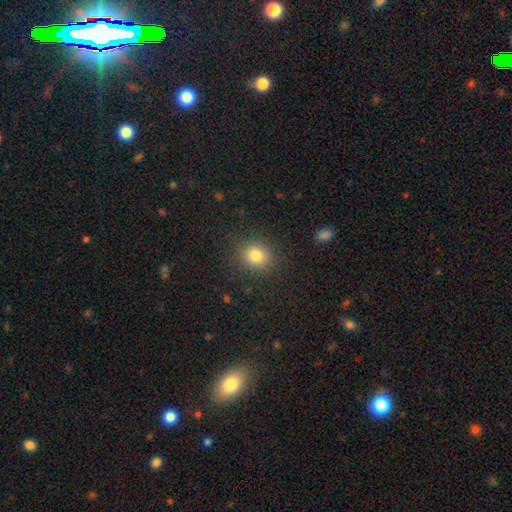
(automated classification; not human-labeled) Morphology: type=smooth (81%); roundness=round (76%); merging=none (88%).